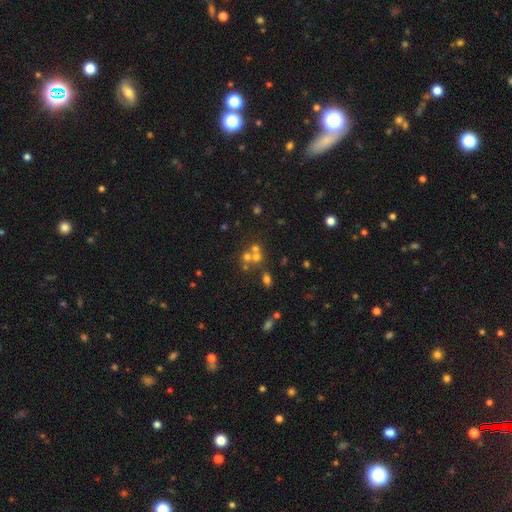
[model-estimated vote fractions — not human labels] Morphology: type=smooth (41%); merging=none (49%).